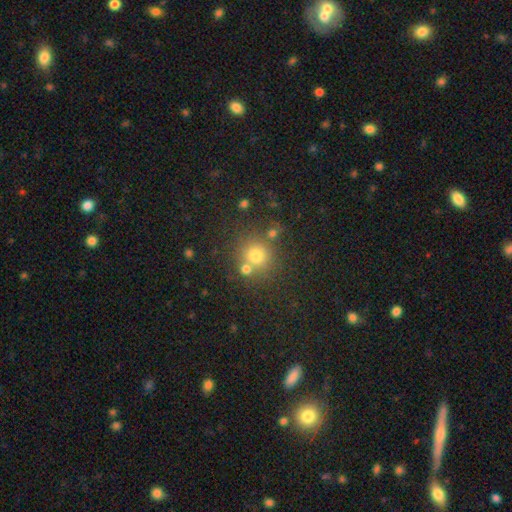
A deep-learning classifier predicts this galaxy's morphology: Smooth or featured? Predicted: smooth (p=0.73). How rounded? Predicted: round (p=0.90). Merging? Predicted: none (p=0.69).